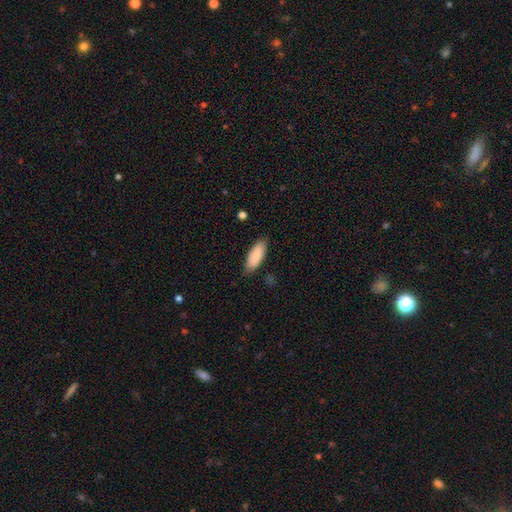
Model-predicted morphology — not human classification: Q: Smooth or featured?
A: smooth (89%); runner-up: featured or disk (6%)
Q: How rounded?
A: in between (75%); runner-up: cigar-shaped (23%)
Q: Merging?
A: none (83%); runner-up: minor disturbance (14%)